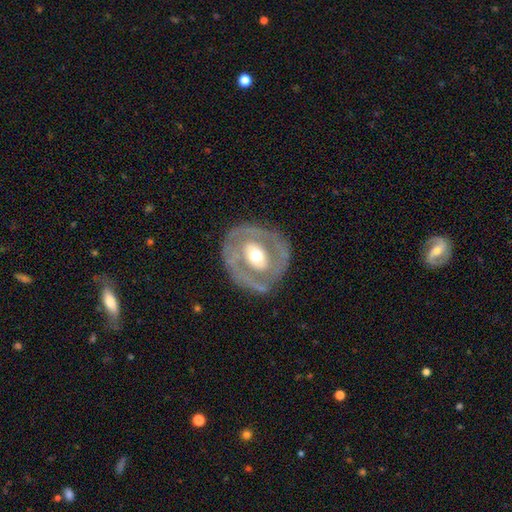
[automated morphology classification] The model was most divided on "bar": no: 57%, weak: 26%, strong: 17%. More confident: edge-on disk — no (94%); merging — none (75%); smooth or featured — featured or disk (68%); bulge size — moderate (67%); spiral arms — no (66%).